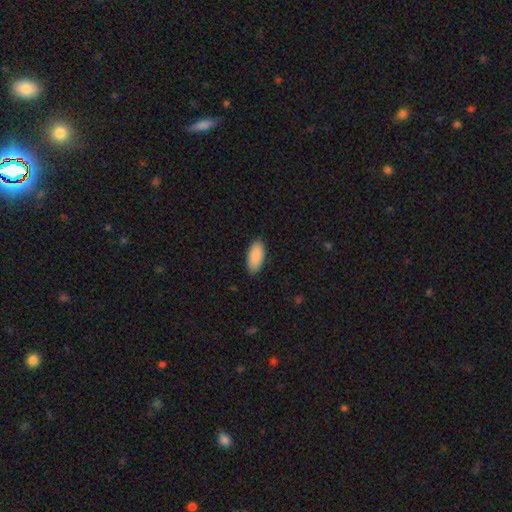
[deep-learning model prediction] Smooth or featured: smooth — 91% (star or artifact — 5%)
How rounded: in between — 92% (cigar-shaped — 6%)
Merging: none — 87% (minor disturbance — 10%)